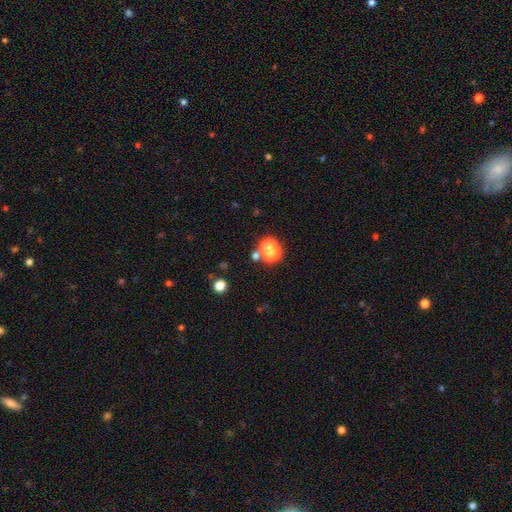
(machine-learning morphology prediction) Smooth or featured: smooth — 52% (star or artifact — 39%)
How rounded: round — 71% (in between — 27%)
Merging: none — 63% (merger — 23%)